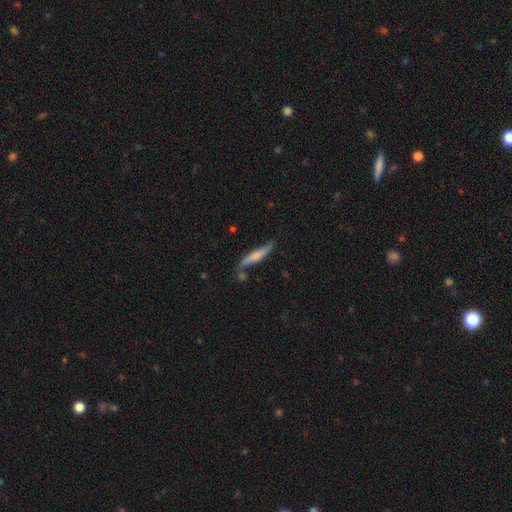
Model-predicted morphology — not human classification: Smooth or featured: smooth — 53% (featured or disk — 41%)
How rounded: cigar-shaped — 90% (in between — 8%)
Merging: none — 64% (minor disturbance — 21%)